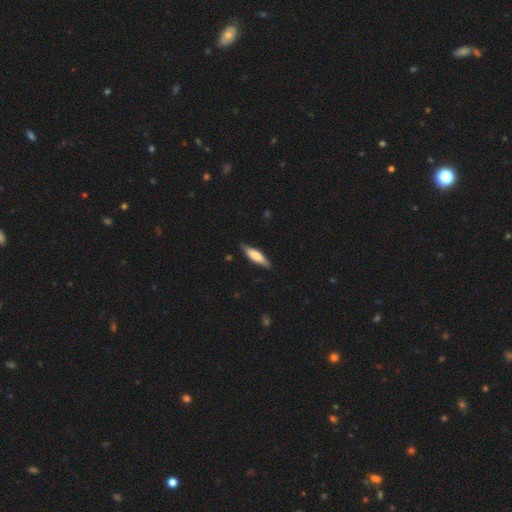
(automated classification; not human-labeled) Smooth or featured? smooth (62%)
How rounded? cigar-shaped (65%)
Merging? none (85%)